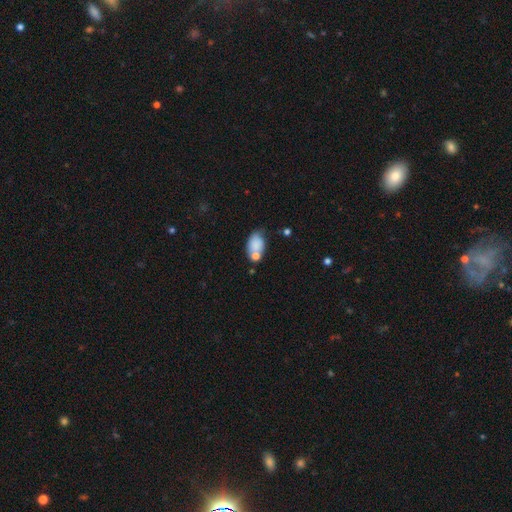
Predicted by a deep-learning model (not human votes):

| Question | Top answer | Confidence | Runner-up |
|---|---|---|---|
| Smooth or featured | smooth | 79% | featured or disk (12%) |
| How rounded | in between | 85% | round (13%) |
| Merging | none | 44% | merger (24%) |